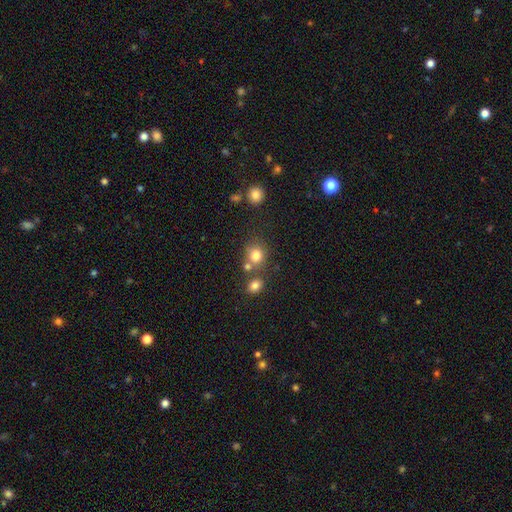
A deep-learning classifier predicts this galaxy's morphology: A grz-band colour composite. It shows a smooth galaxy with no disk features (79%) that is round (81%). Merging: none (60%).